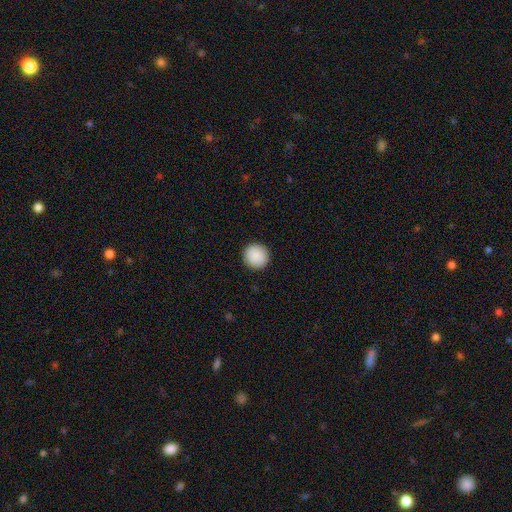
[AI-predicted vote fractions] Smooth or featured? Predicted: smooth (p=0.90). How rounded? Predicted: round (p=0.96). Merging? Predicted: none (p=0.93).